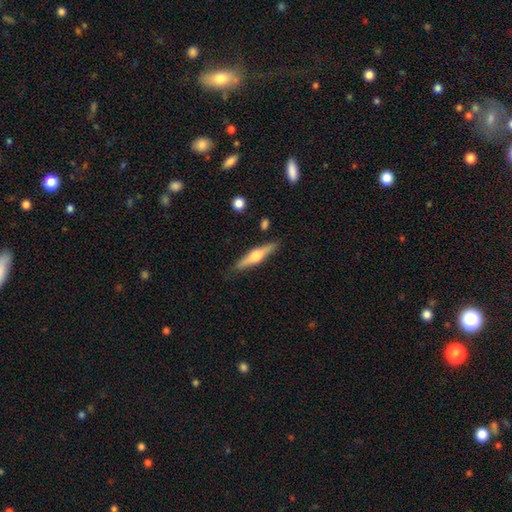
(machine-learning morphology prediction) smooth-or-featured: featured or disk: 62% | smooth: 33% | star or artifact: 5%
  disk-edge-on: yes: 97% | no: 3%
    edge-on-bulge: rounded: 92% | boxy: 5% | none: 3%
  merging: none: 86% | minor disturbance: 10% | merger: 2% | major disturbance: 2%